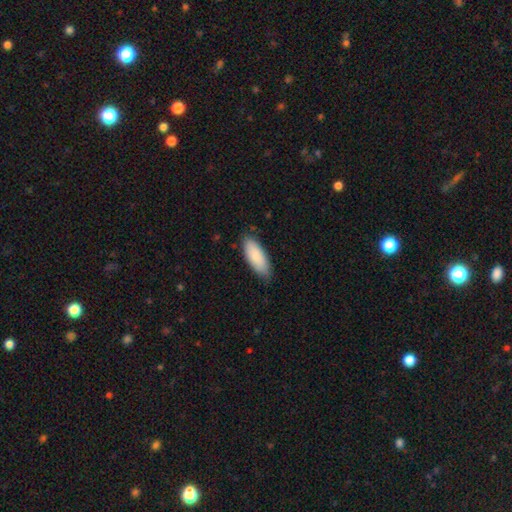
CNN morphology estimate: A smooth galaxy with no disk features (87%) that is in between round and cigar-shaped (78%). Merging: none (80%).